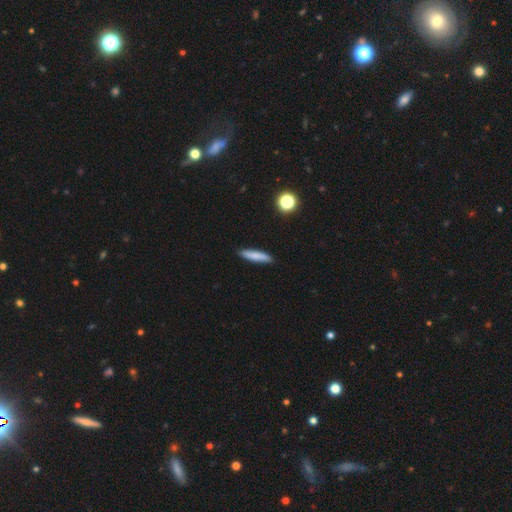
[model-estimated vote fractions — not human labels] Smooth or featured?
  - smooth: 80% *
  - featured or disk: 13%
  - star or artifact: 7%
How rounded?
  - cigar-shaped: 86% *
  - in between: 12%
  - round: 2%
Merging?
  - none: 89% *
  - minor disturbance: 8%
  - major disturbance: 2%
  - merger: 1%